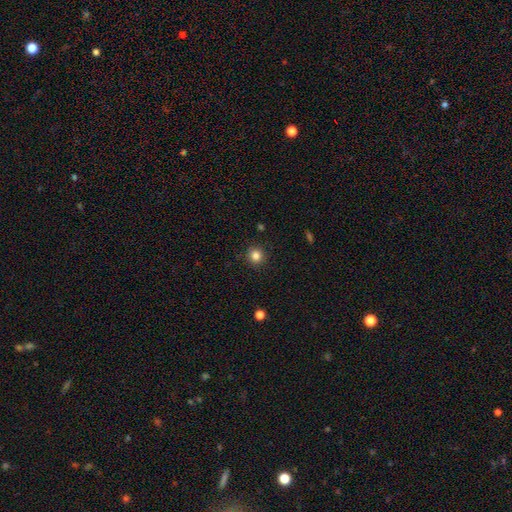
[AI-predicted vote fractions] A smooth galaxy with no disk features (83%) that is round (93%).

Vote fractions:
- Smooth or featured? smooth: 83% / star or artifact: 12% / featured or disk: 5%
- How rounded? round: 93% / in between: 6% / cigar-shaped: 1%
- Merging? none: 91% / minor disturbance: 6% / major disturbance: 2% / merger: 1%